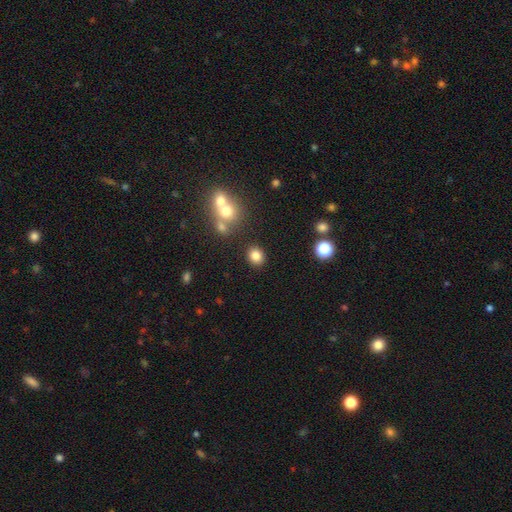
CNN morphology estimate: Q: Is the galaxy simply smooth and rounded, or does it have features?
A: smooth — 82%.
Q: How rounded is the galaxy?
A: round — 76%.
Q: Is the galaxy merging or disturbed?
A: none — 86%.